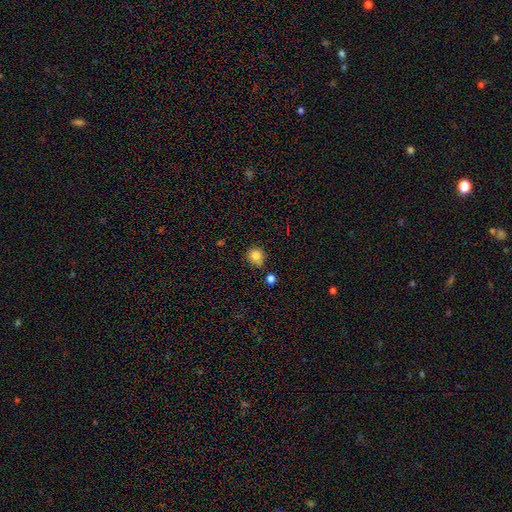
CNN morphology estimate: Overall: smooth (83%). How rounded: round (83%). Merging: none (72%).